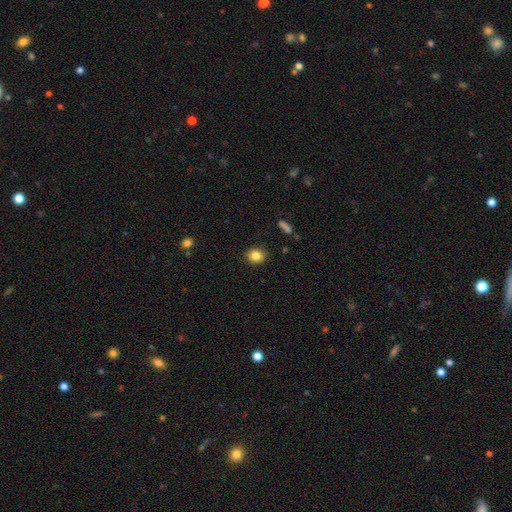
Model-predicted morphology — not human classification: smooth_or_featured: smooth (p=0.84) [alt: star or artifact p=0.10]
how_rounded: round (p=0.73) [alt: in between p=0.26]
merging: none (p=0.90) [alt: minor disturbance p=0.07]